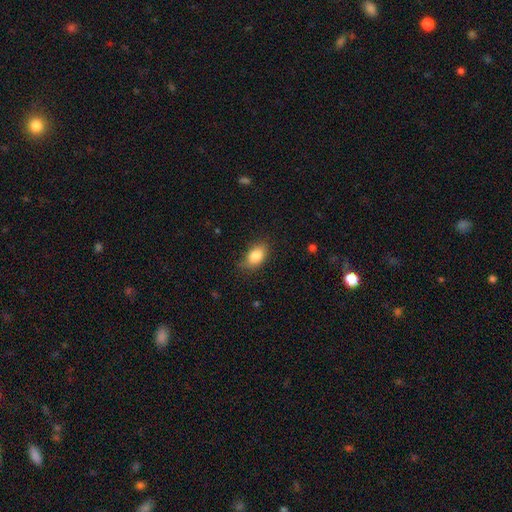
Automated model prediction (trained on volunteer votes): The model was most divided on "merging": none: 77%, minor disturbance: 18%, major disturbance: 4%, merger: 1%. More confident: how rounded — in between (86%); smooth or featured — smooth (84%).